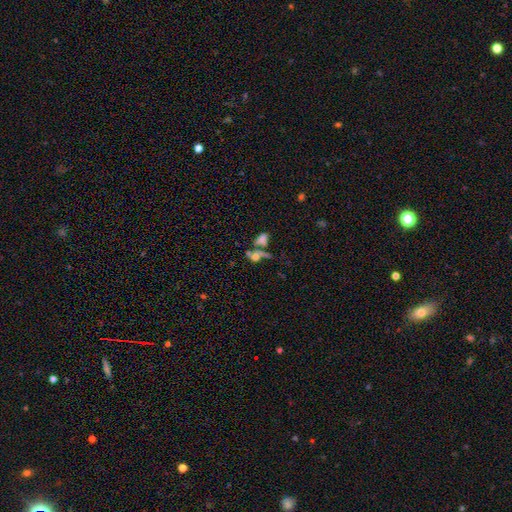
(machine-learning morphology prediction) This is possibly a smooth galaxy (53%). How rounded: possibly in between (59%). Merging: possibly merger (47%).